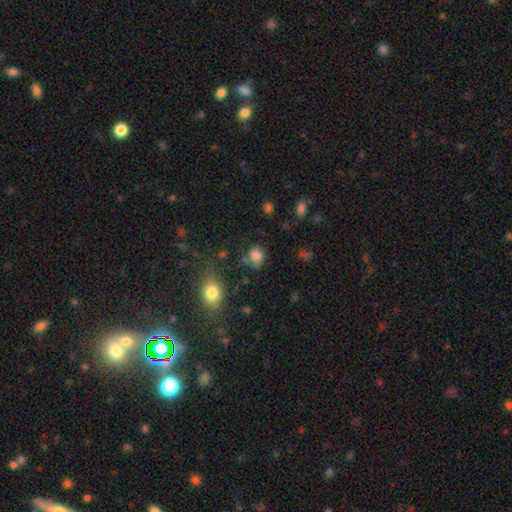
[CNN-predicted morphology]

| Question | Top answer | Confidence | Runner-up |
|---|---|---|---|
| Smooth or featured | smooth | 81% | star or artifact (11%) |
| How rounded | round | 71% | in between (28%) |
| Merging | none | 63% | minor disturbance (21%) |